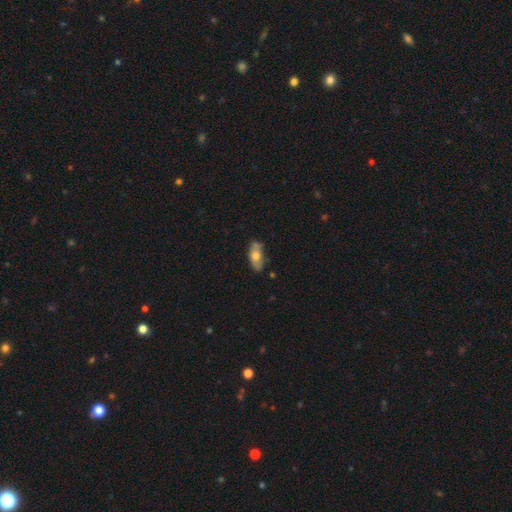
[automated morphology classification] Smooth or featured?
  - smooth: 59% *
  - featured or disk: 35%
  - star or artifact: 6%
How rounded?
  - in between: 83% *
  - cigar-shaped: 14%
  - round: 3%
Merging?
  - none: 71% *
  - minor disturbance: 20%
  - merger: 5%
  - major disturbance: 4%